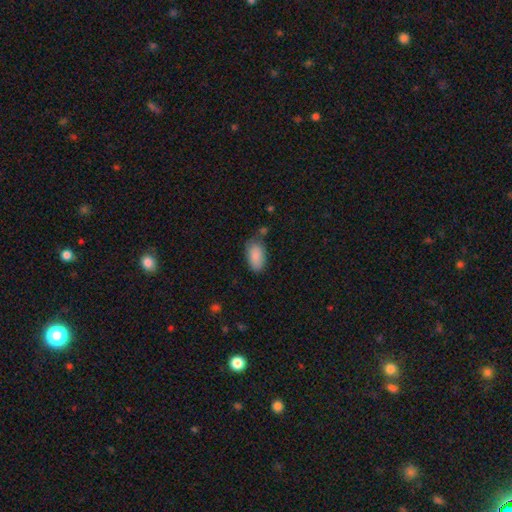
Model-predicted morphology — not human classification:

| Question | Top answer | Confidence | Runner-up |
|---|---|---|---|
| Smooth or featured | smooth | 88% | star or artifact (7%) |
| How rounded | in between | 94% | round (4%) |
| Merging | none | 63% | minor disturbance (25%) |